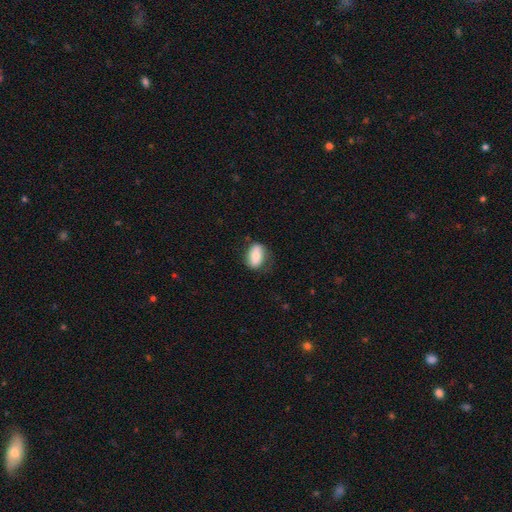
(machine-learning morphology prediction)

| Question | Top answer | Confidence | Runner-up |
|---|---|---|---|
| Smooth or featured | smooth | 78% | featured or disk (15%) |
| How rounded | in between | 85% | round (10%) |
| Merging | none | 63% | minor disturbance (26%) |